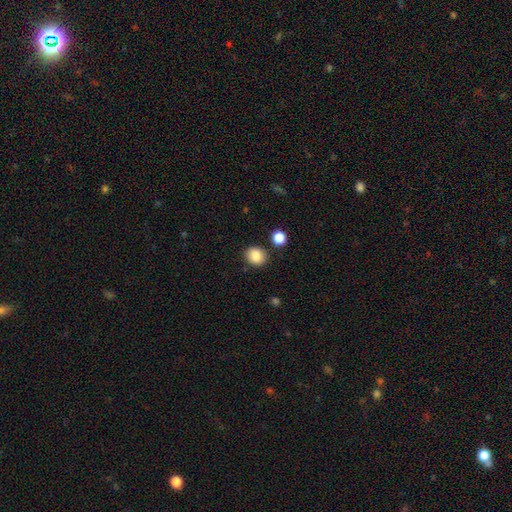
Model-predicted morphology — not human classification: smooth-or-featured: smooth: 87% | star or artifact: 9% | featured or disk: 4%
  how-rounded: round: 69% | in between: 30% | cigar-shaped: 1%
  merging: none: 84% | minor disturbance: 9% | merger: 4% | major disturbance: 3%